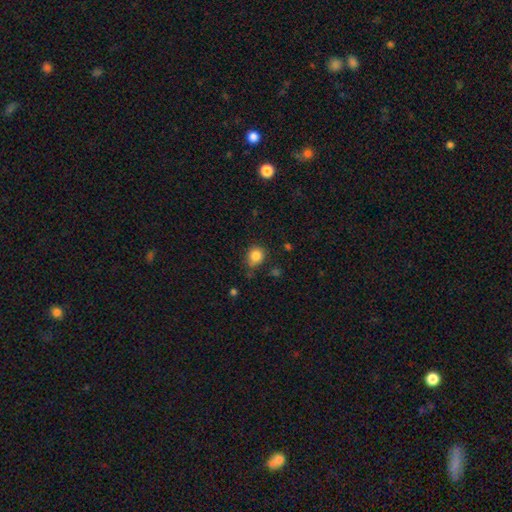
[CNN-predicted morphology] A smooth galaxy with no disk features (84%) that is round (81%). Merging: none (69%).